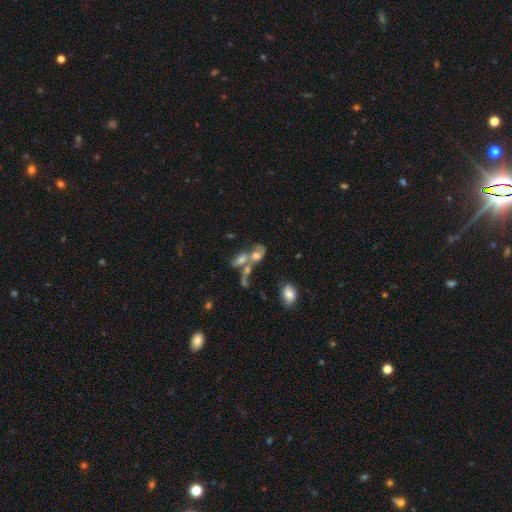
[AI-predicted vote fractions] This appears to be a featured or disk galaxy (46%). Merging: merger (57%).